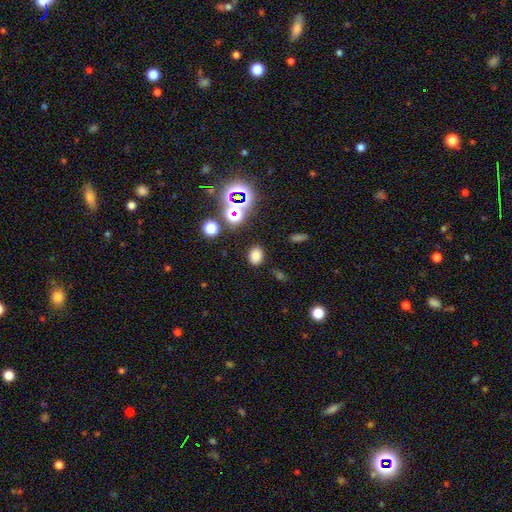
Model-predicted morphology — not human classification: type=smooth (74%); roundness=in between (59%); merging=none (85%).